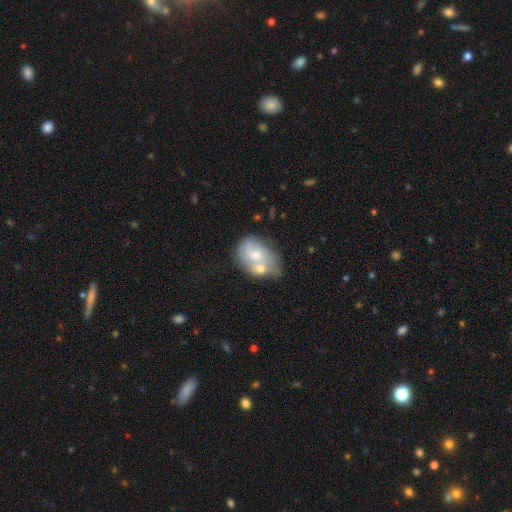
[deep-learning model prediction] The model was most divided on "smooth or featured": featured or disk: 51%, smooth: 42%, star or artifact: 7%. More confident: edge-on disk — no (96%); merging — merger (53%).